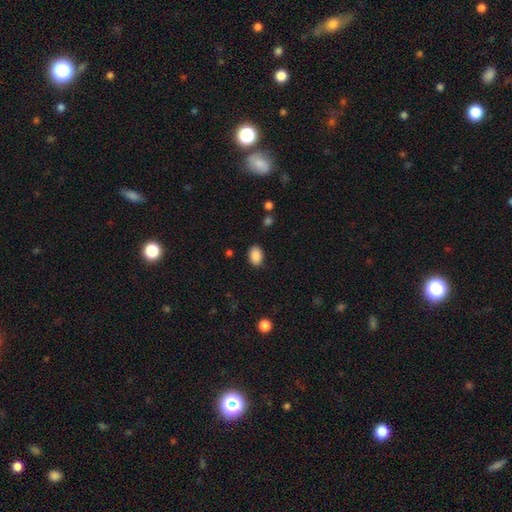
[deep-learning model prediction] A smooth galaxy with no disk features (89%) that is in between round and cigar-shaped (83%). Merging: none (84%).